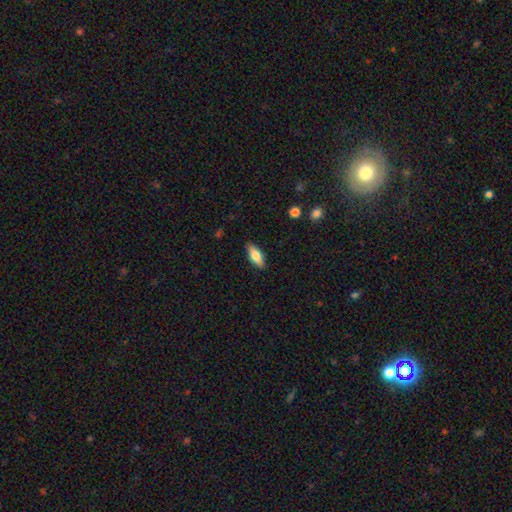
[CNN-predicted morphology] smooth-or-featured: smooth: 62% | featured or disk: 31% | star or artifact: 6%
  how-rounded: in between: 64% | cigar-shaped: 33% | round: 3%
  merging: none: 88% | minor disturbance: 9% | major disturbance: 2% | merger: 1%